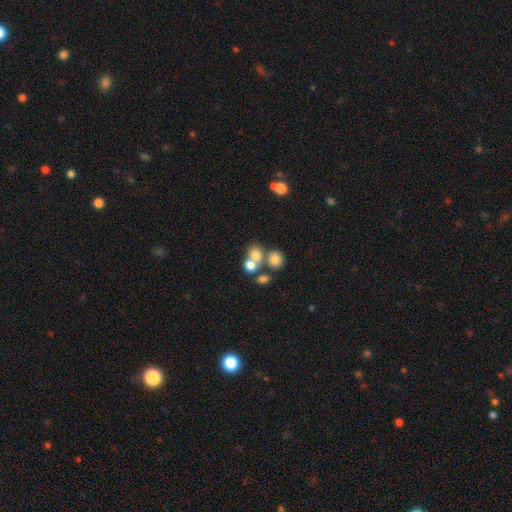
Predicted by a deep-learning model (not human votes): smooth_or_featured: smooth (p=0.72) [alt: star or artifact p=0.14]
how_rounded: round (p=0.72) [alt: in between p=0.27]
merging: merger (p=0.47) [alt: none p=0.41]